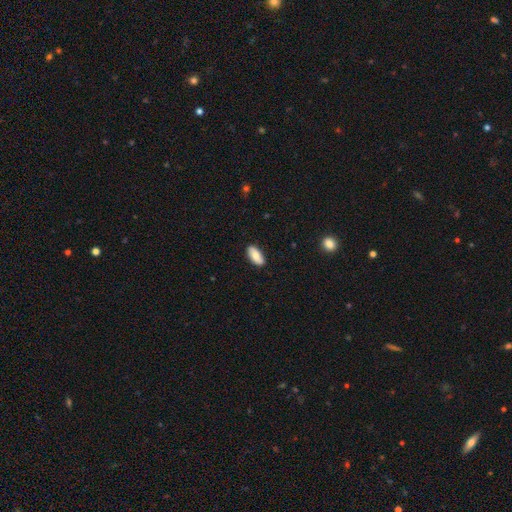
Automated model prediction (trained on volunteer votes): The model was most divided on "smooth or featured": smooth: 81%, featured or disk: 13%, star or artifact: 6%. More confident: how rounded — in between (91%); merging — none (88%).